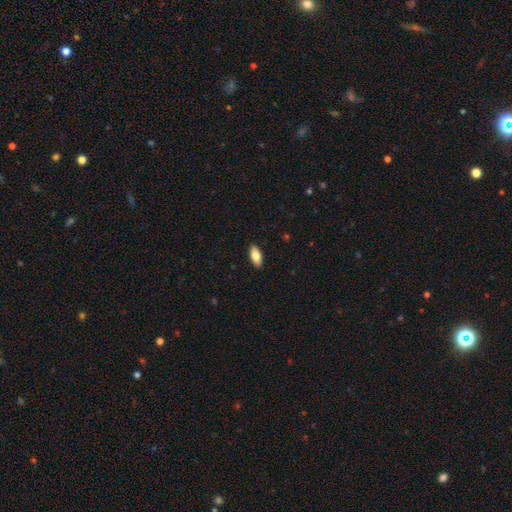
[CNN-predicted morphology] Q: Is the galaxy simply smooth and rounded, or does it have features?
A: smooth — 81%.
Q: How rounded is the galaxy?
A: in between — 88%.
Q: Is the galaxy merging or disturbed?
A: none — 90%.